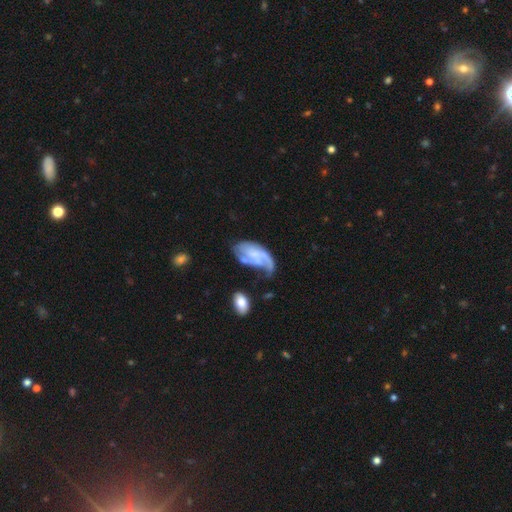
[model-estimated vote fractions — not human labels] Morphology: type=featured or disk (71%); edge-on=no (97%); bar=no (65%); spiral arms=yes (84%); winding=medium (38%); arm count=2 (41%); bulge=small (49%); merging=major disturbance (32%, tied with none).